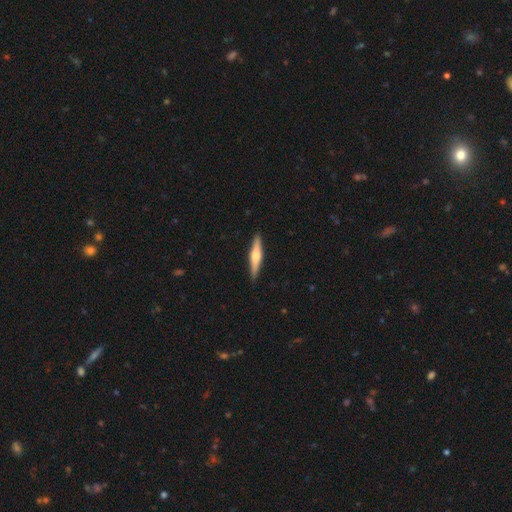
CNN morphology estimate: This is possibly a featured or disk galaxy (57%). It is clearly viewed edge-on (97%). Edge-on bulge: clearly rounded (87%). Merging: clearly none (91%).